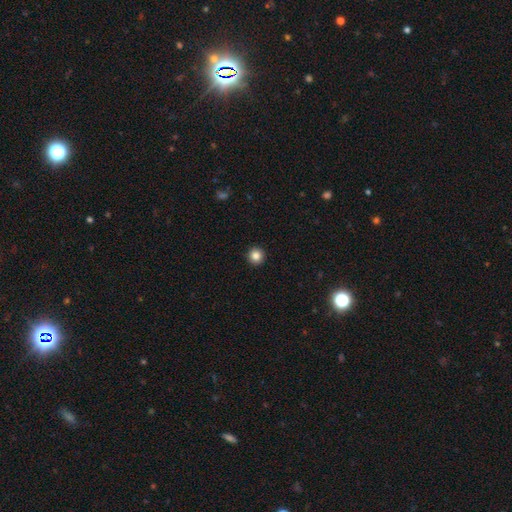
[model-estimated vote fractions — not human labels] A smooth galaxy with no disk features (85%) that is round (96%). Merging: none (94%).